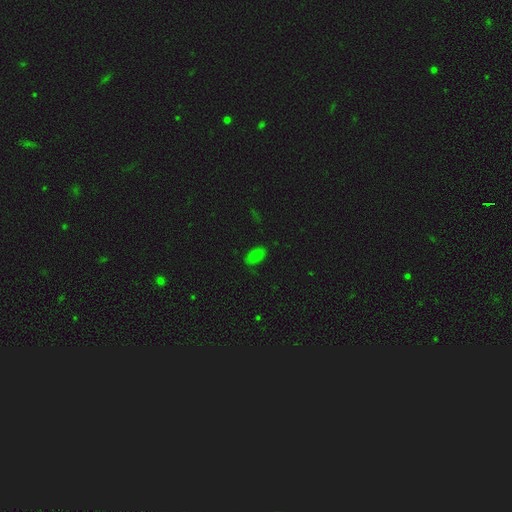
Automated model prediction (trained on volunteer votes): Smooth or featured?
  - smooth: 82% *
  - star or artifact: 14%
  - featured or disk: 4%
How rounded?
  - in between: 94% *
  - round: 3%
  - cigar-shaped: 3%
Merging?
  - none: 82% *
  - minor disturbance: 13%
  - major disturbance: 3%
  - merger: 1%